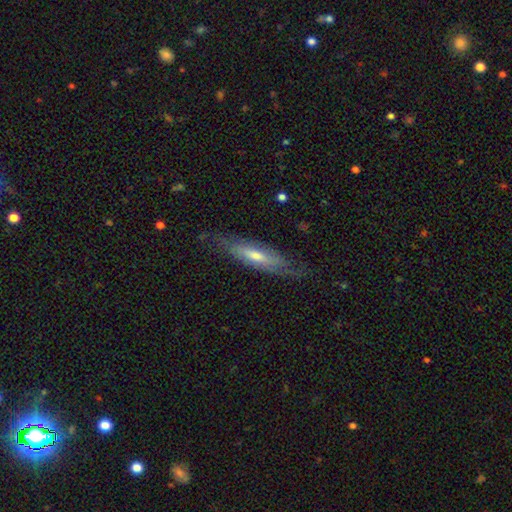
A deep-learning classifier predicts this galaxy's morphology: featured or disk 54%, smooth 40%, star or artifact 6%. Down the decision tree: edge-on disk — yes (54%); merging — none (71%).